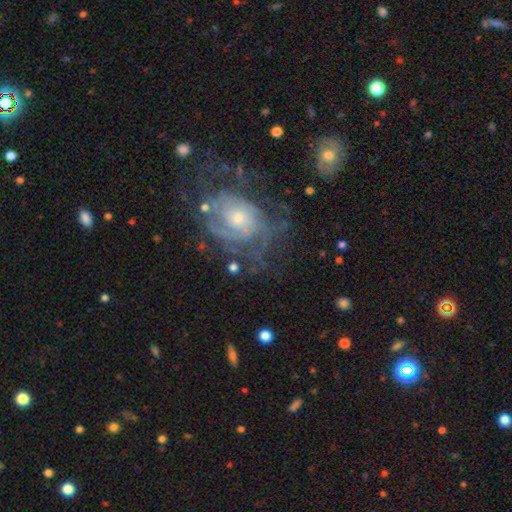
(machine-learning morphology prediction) Smooth or featured? featured or disk (78%)
Edge-on disk? no (96%)
Bar? no (76%)
Spiral arms? yes (86%)
Spiral winding? tight (61%)
Spiral arm count? can't tell (49%)
Bulge size? small (48%)
Merging? none (59%)